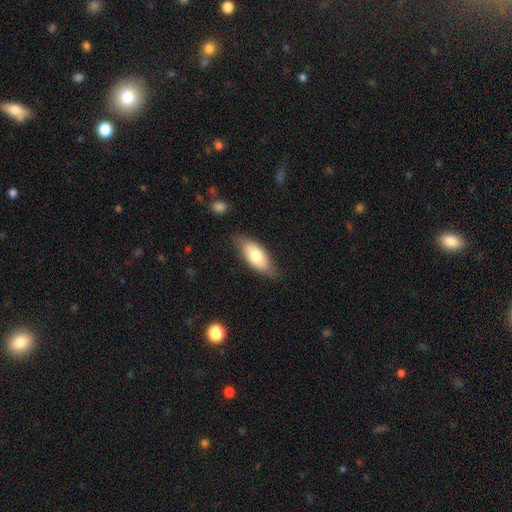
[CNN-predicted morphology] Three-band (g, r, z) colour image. It shows a smooth galaxy with no disk features (72%) that is in between round and cigar-shaped (84%). Merging: none (76%).